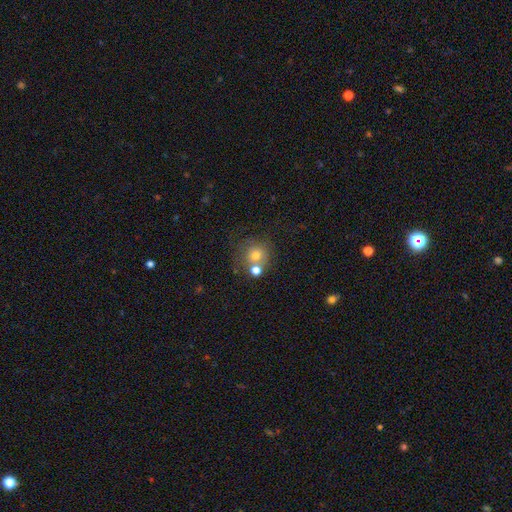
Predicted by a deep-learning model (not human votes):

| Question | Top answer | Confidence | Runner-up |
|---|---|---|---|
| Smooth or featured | smooth | 72% | featured or disk (15%) |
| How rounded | round | 87% | in between (12%) |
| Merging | none | 53% | merger (30%) |